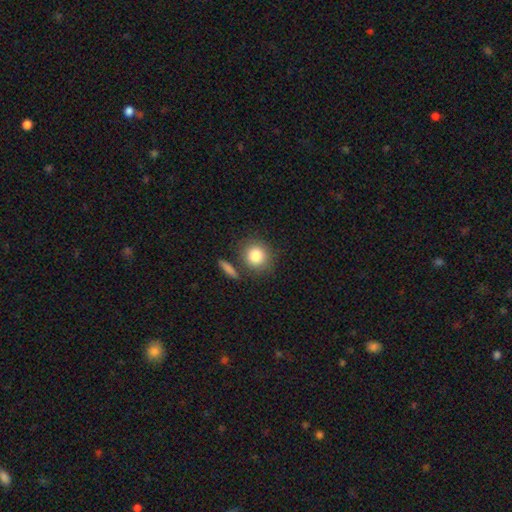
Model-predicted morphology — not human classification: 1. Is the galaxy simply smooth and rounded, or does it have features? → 83% smooth, 9% star or artifact, 8% featured or disk.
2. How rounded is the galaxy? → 84% round, 14% in between, 1% cigar-shaped.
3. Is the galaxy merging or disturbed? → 77% none, 10% minor disturbance, 9% merger, 3% major disturbance.